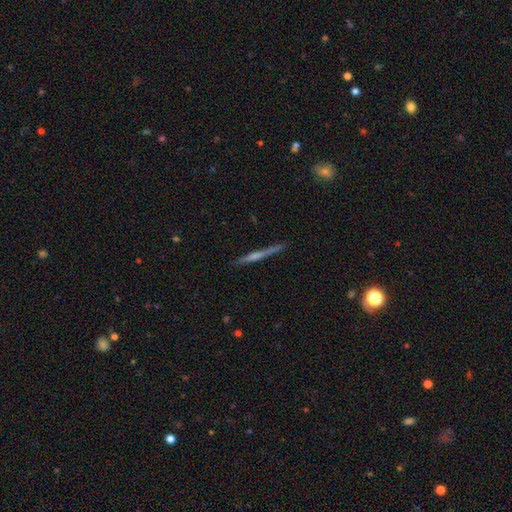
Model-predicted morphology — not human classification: This appears to be a featured or disk galaxy (59%) viewed edge-on (92%) with a rounded central bulge (60%). Merging: none (83%).